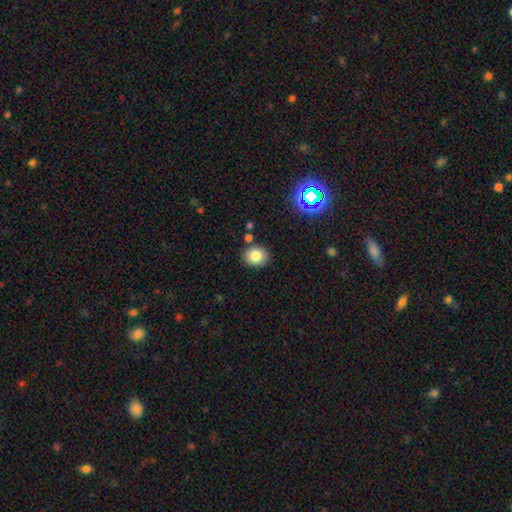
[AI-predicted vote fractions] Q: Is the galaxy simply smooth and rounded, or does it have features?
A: smooth — 82%.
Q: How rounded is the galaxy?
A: round — 63%.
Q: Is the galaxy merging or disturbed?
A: none — 84%.